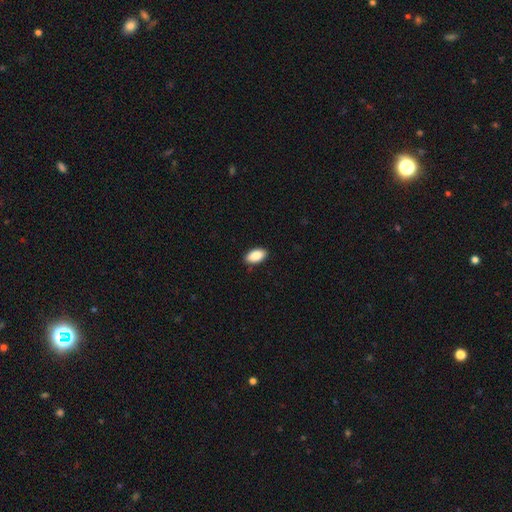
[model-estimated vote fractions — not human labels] Smooth or featured?
  - smooth: 89% *
  - star or artifact: 7%
  - featured or disk: 4%
How rounded?
  - in between: 94% *
  - cigar-shaped: 3%
  - round: 3%
Merging?
  - none: 89% *
  - minor disturbance: 8%
  - major disturbance: 2%
  - merger: 1%